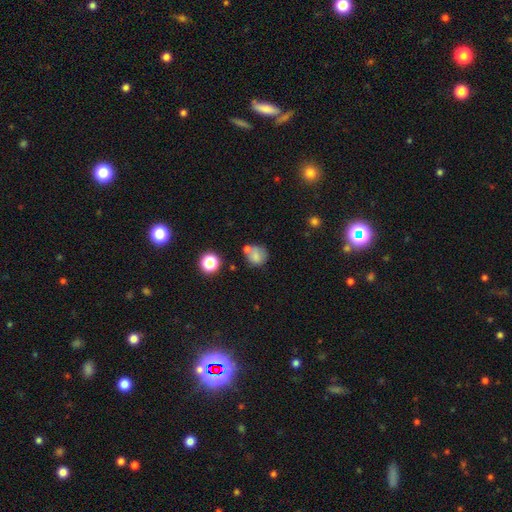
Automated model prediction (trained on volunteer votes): Smooth or featured? smooth (74%)
How rounded? round (81%)
Merging? none (55%)